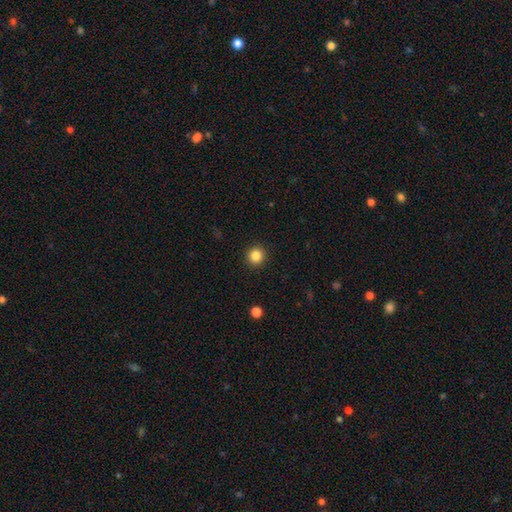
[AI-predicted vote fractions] A smooth galaxy with no disk features (85%) that is round (93%).

Vote fractions:
- Smooth or featured? smooth: 85% / star or artifact: 11% / featured or disk: 4%
- How rounded? round: 93% / in between: 6% / cigar-shaped: 1%
- Merging? none: 92% / minor disturbance: 5% / major disturbance: 2% / merger: 1%